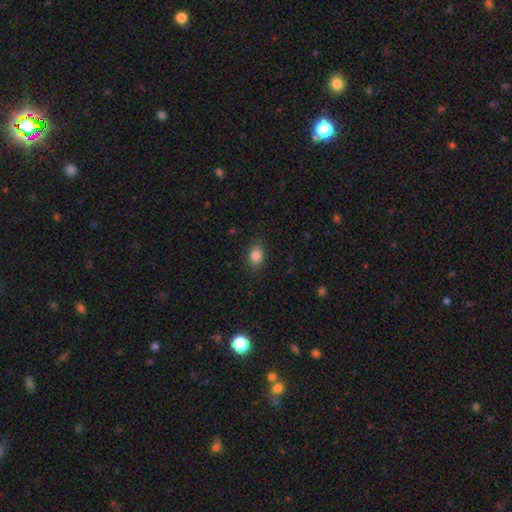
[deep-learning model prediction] This appears to be a smooth galaxy with no disk features (86%) that is in between round and cigar-shaped (72%). Merging: none (84%).